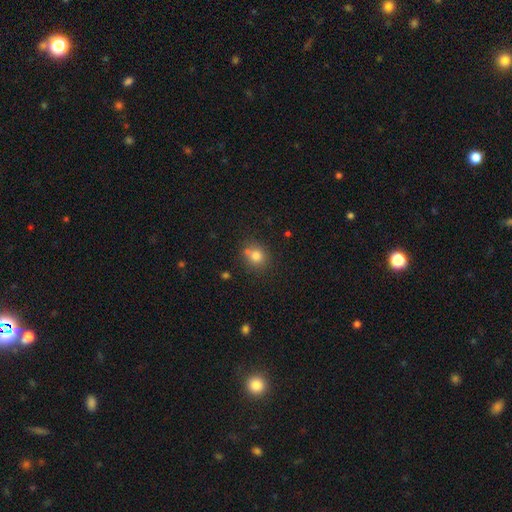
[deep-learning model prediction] Q: Smooth or featured?
A: smooth (79%); runner-up: star or artifact (12%)
Q: How rounded?
A: round (75%); runner-up: in between (24%)
Q: Merging?
A: none (63%); runner-up: merger (19%)